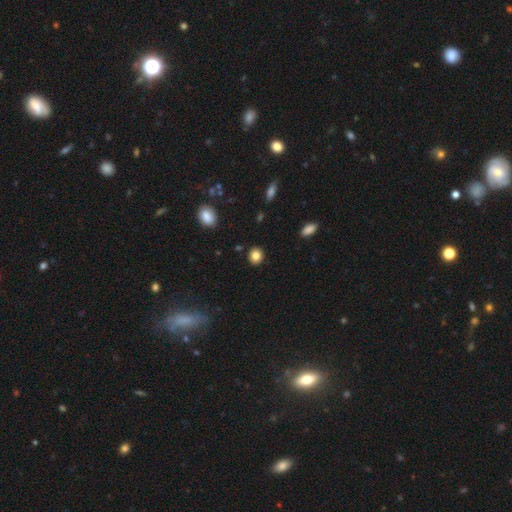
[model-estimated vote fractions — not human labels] Smooth or featured? Predicted: smooth (p=0.84). How rounded? Predicted: round (p=0.70). Merging? Predicted: none (p=0.89).